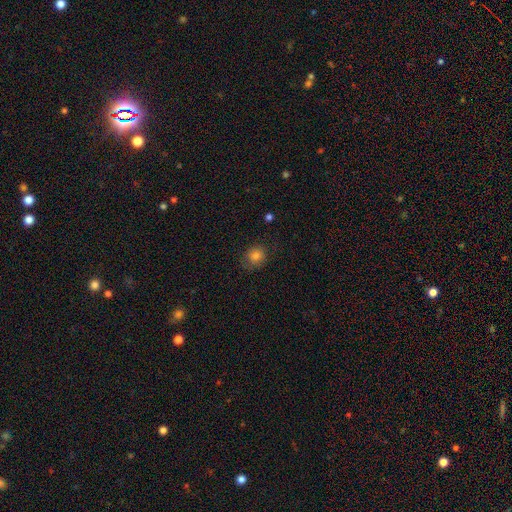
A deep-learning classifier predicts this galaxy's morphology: smooth-or-featured: smooth: 79% | star or artifact: 11% | featured or disk: 9%
  how-rounded: round: 67% | in between: 32% | cigar-shaped: 1%
  merging: none: 73% | minor disturbance: 20% | major disturbance: 7% | merger: 1%